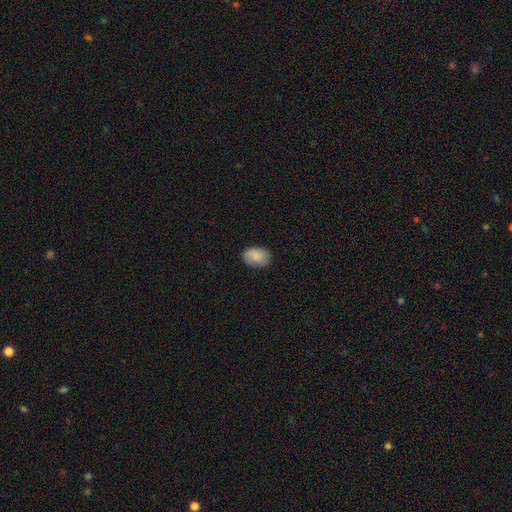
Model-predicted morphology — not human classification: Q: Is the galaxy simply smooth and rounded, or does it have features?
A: smooth — 83%.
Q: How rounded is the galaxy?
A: in between — 83%.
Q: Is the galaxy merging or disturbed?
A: none — 81%.